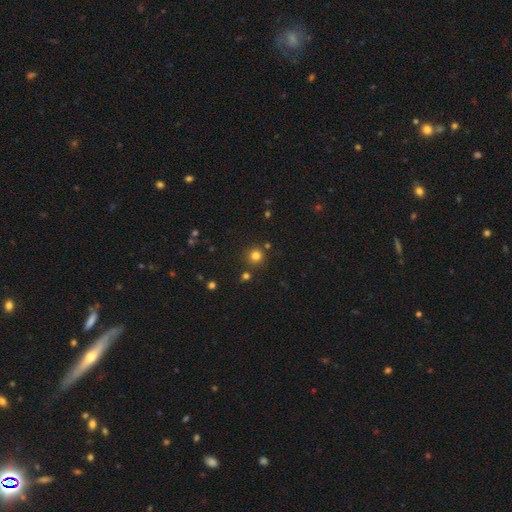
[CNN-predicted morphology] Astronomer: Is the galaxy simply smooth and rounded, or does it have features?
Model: smooth — 78%.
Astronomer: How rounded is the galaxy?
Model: round — 94%.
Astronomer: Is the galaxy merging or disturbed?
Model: none — 84%.